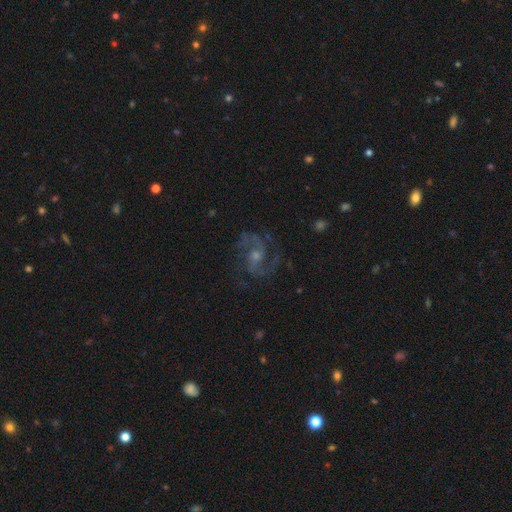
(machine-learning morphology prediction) Smooth or featured? Predicted: featured or disk (p=0.88). Edge-on disk? Predicted: no (p=0.98). Bar? Predicted: no (p=0.52). Spiral arms? Predicted: yes (p=0.97). Spiral winding? Predicted: medium (p=0.62). Spiral arm count? Predicted: 2 (p=0.80). Bulge size? Predicted: small (p=0.46). Merging? Predicted: none (p=0.75).